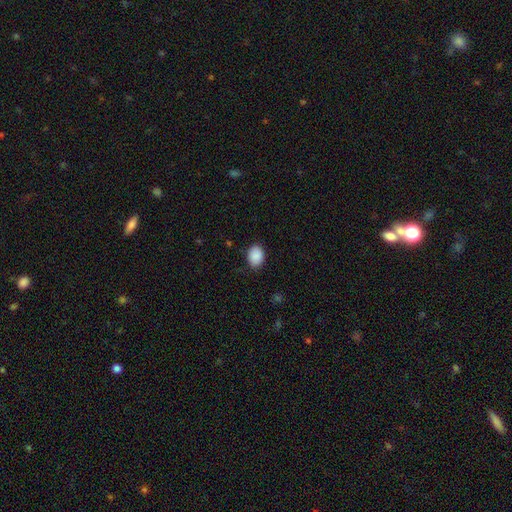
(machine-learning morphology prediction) Overall: smooth (90%). How rounded: in between (66%; round 33%). Merging: none (83%).